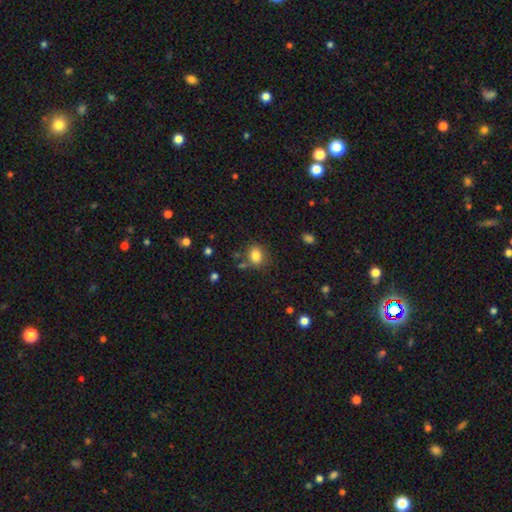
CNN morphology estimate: This is clearly a smooth galaxy (82%). How rounded: possibly in between (53%). Merging: likely none (72%).